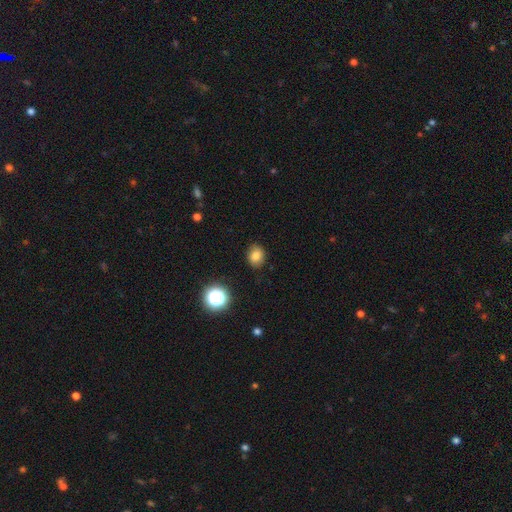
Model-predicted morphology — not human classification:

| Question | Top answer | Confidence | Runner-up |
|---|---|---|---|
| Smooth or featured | smooth | 78% | star or artifact (14%) |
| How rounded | round | 54% | in between (45%) |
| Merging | none | 82% | minor disturbance (14%) |